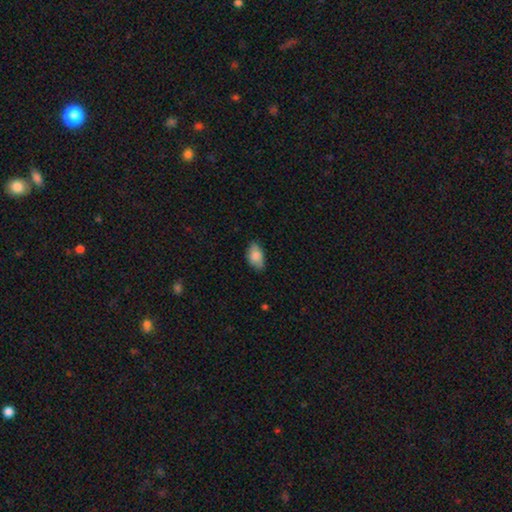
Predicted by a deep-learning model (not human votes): Q: Smooth or featured?
A: smooth (83%); runner-up: featured or disk (10%)
Q: How rounded?
A: in between (91%); runner-up: round (7%)
Q: Merging?
A: none (68%); runner-up: minor disturbance (26%)